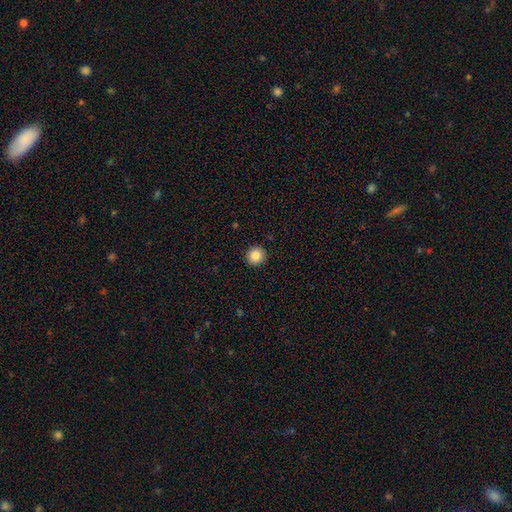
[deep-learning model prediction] This is clearly a smooth galaxy (84%). How rounded: clearly round (95%). Merging: clearly none (93%).